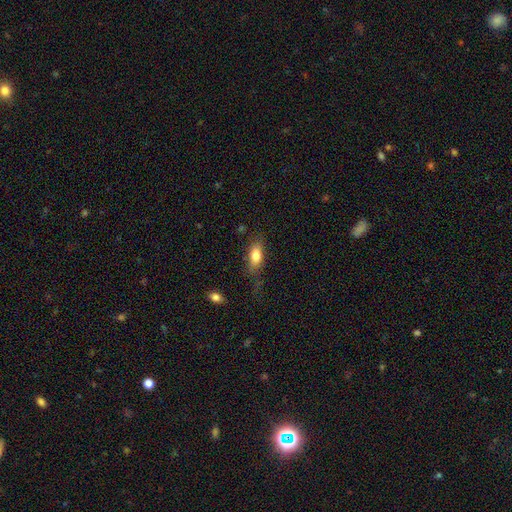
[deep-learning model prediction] This is likely a smooth galaxy (77%). How rounded: clearly in between (81%). Merging: likely none (67%).